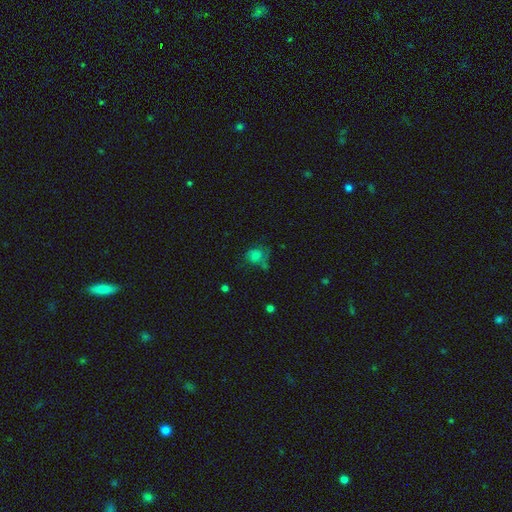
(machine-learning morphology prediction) type=smooth (61%); roundness=round (64%); merging=none (46%).